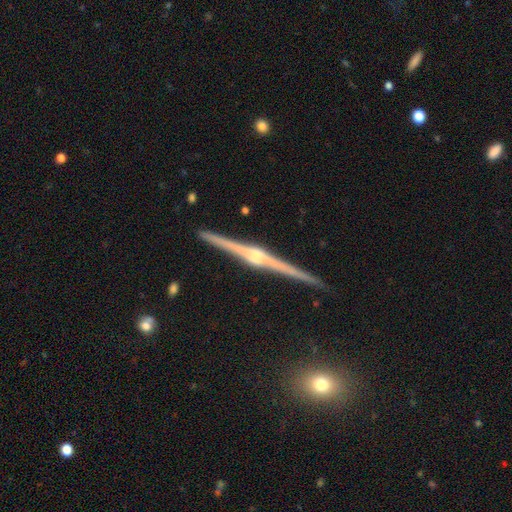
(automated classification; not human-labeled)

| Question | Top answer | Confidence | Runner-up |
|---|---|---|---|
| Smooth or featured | featured or disk | 91% | smooth (5%) |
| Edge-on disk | yes | 99% | no (1%) |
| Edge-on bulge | rounded | 86% | boxy (9%) |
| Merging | none | 92% | minor disturbance (5%) |